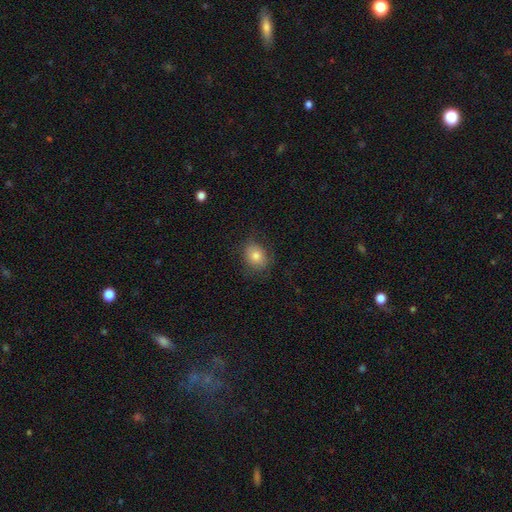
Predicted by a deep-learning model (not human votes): Morphology: type=smooth (80%); roundness=round (58%); merging=none (79%).